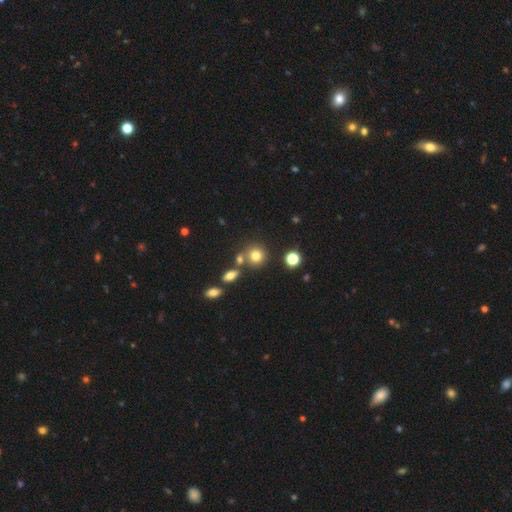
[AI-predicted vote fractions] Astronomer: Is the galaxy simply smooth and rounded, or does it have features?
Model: smooth — 77%.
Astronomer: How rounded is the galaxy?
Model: round — 87%.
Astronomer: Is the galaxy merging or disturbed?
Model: none — 71%.